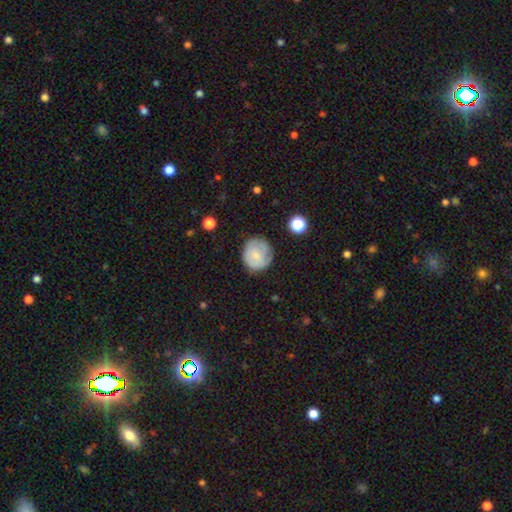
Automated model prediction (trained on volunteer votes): Q: Smooth or featured?
A: smooth (62%); runner-up: featured or disk (30%)
Q: How rounded?
A: round (86%); runner-up: in between (13%)
Q: Merging?
A: none (70%); runner-up: minor disturbance (21%)